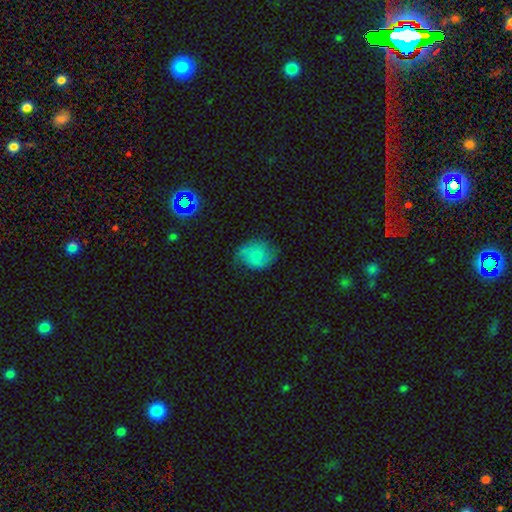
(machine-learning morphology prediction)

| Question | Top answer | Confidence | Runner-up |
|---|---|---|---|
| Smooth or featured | smooth | 68% | featured or disk (24%) |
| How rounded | round | 51% | in between (48%) |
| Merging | none | 59% | minor disturbance (31%) |